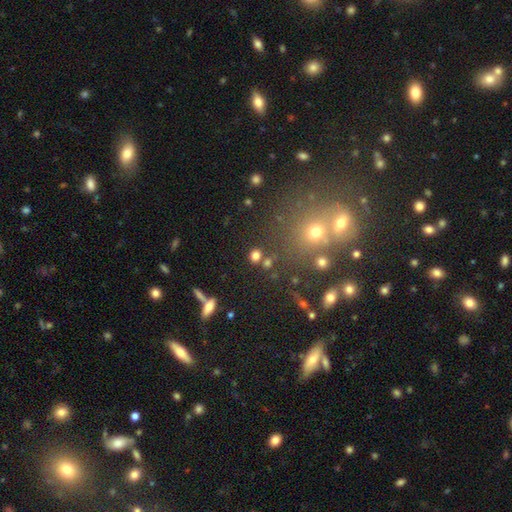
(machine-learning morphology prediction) Smooth or featured? Predicted: smooth (p=0.76). How rounded? Predicted: round (p=0.78). Merging? Predicted: none (p=0.79).